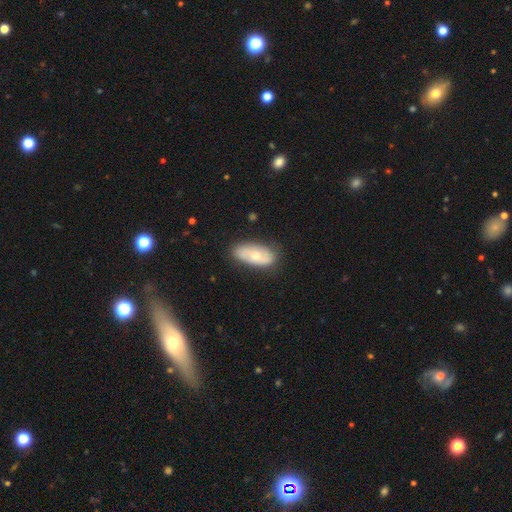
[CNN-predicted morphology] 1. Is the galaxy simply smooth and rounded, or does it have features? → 51% smooth, 43% featured or disk, 6% star or artifact.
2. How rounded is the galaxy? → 90% in between, 6% cigar-shaped, 4% round.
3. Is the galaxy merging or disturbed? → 79% none, 16% minor disturbance, 4% major disturbance, 1% merger.